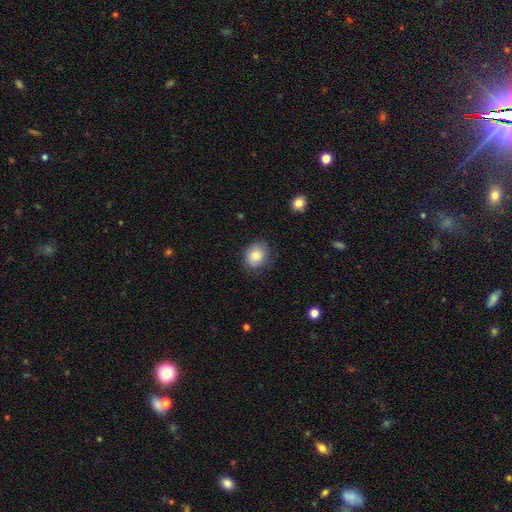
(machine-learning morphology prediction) Smooth or featured? smooth (81%)
How rounded? round (55%)
Merging? none (77%)